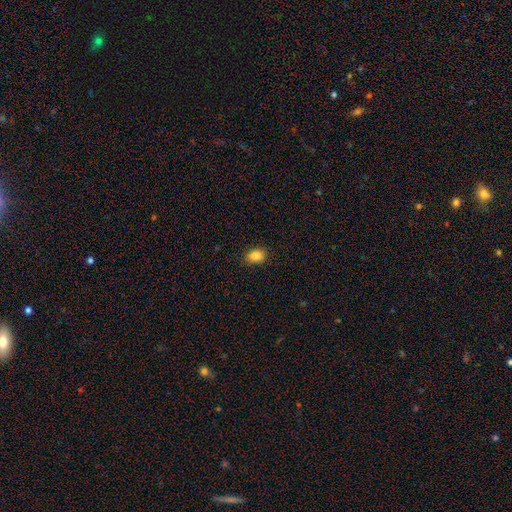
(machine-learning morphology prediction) This appears to be a smooth galaxy with no disk features (86%) that is in between round and cigar-shaped (69%). Merging: none (87%).